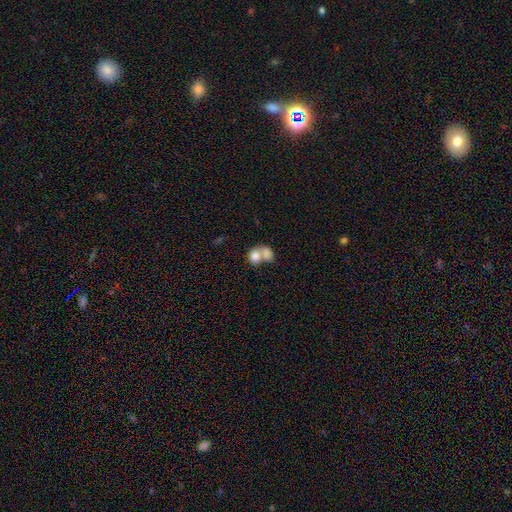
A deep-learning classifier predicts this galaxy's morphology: Smooth or featured? smooth (76%)
How rounded? in between (58%)
Merging? merger (70%)